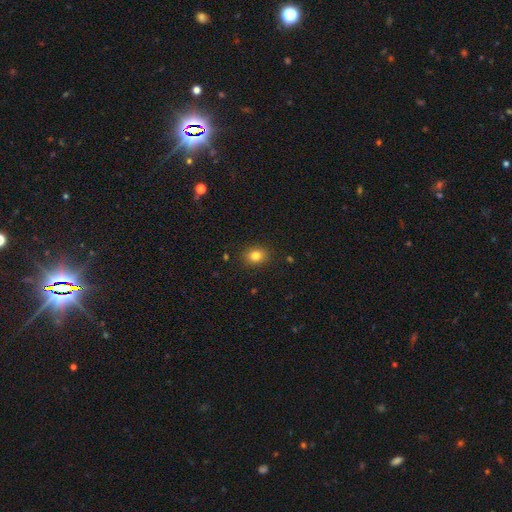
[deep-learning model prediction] Smooth or featured?
  - smooth: 82% *
  - star or artifact: 12%
  - featured or disk: 7%
How rounded?
  - round: 54% *
  - in between: 45%
  - cigar-shaped: 1%
Merging?
  - none: 88% *
  - minor disturbance: 8%
  - major disturbance: 2%
  - merger: 1%